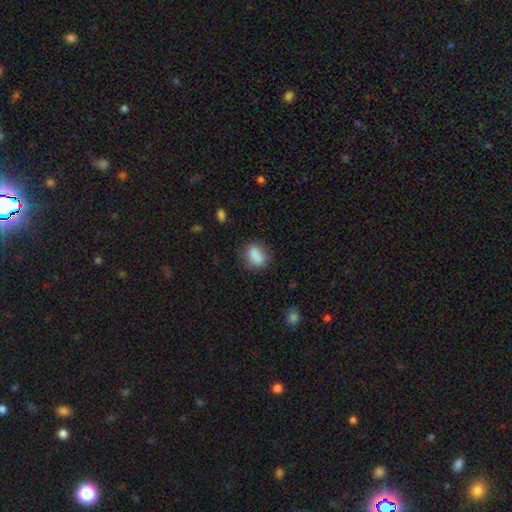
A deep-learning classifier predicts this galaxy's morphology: A smooth galaxy with no disk features (85%) that is in between round and cigar-shaped (71%). Merging: none (72%).